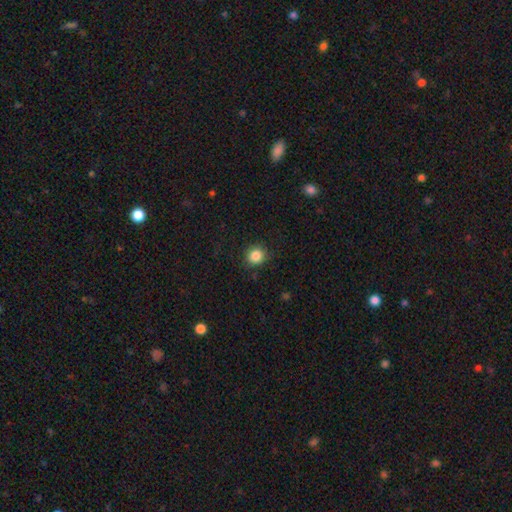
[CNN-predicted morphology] Q: Smooth or featured?
A: smooth (85%); runner-up: star or artifact (10%)
Q: How rounded?
A: round (87%); runner-up: in between (12%)
Q: Merging?
A: none (88%); runner-up: minor disturbance (8%)